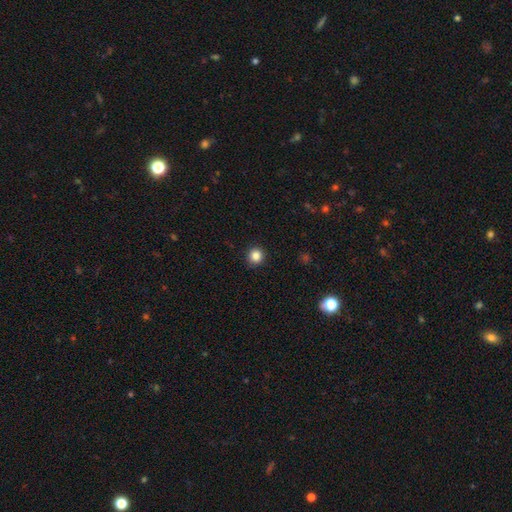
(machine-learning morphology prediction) Q: Smooth or featured?
A: smooth (85%); runner-up: star or artifact (11%)
Q: How rounded?
A: round (93%); runner-up: in between (7%)
Q: Merging?
A: none (91%); runner-up: minor disturbance (7%)